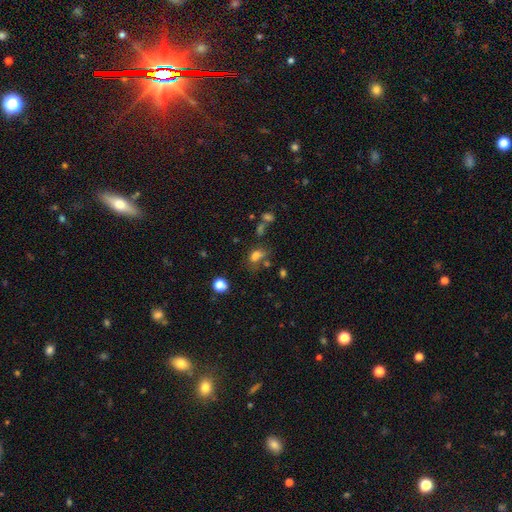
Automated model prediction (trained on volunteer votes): This appears to be a smooth galaxy with no disk features (69%) that is in between round and cigar-shaped (73%). Merging: none (40%).